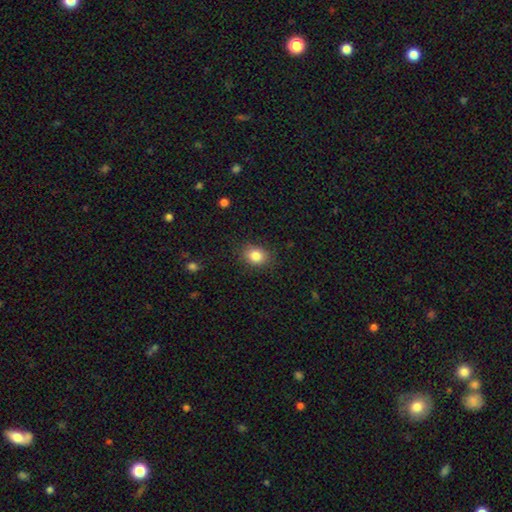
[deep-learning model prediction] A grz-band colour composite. It shows a smooth galaxy with no disk features (84%) that is in between round and cigar-shaped (54%). Merging: none (85%).